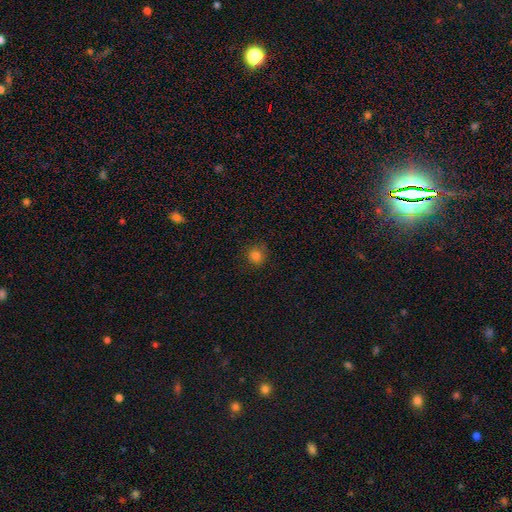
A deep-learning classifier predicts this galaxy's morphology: Smooth or featured?
  - smooth: 81% *
  - star or artifact: 14%
  - featured or disk: 5%
How rounded?
  - round: 91% *
  - in between: 8%
  - cigar-shaped: 1%
Merging?
  - none: 86% *
  - minor disturbance: 10%
  - major disturbance: 3%
  - merger: 1%